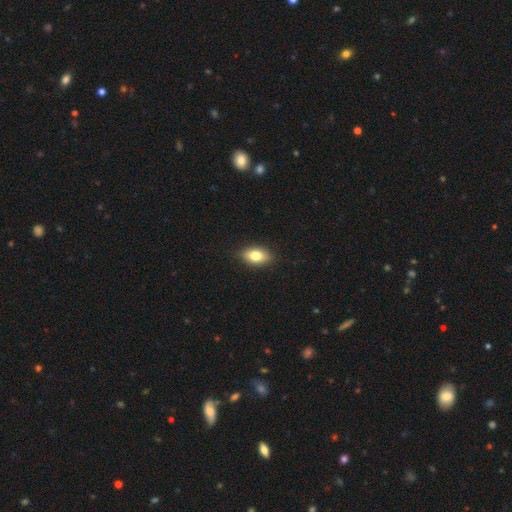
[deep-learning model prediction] Smooth or featured? smooth (80%)
How rounded? in between (87%)
Merging? none (88%)